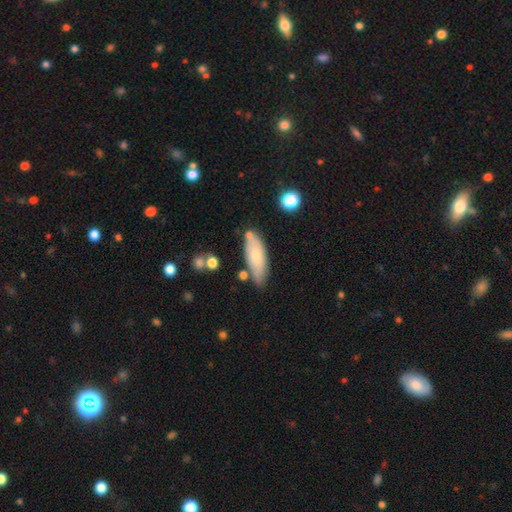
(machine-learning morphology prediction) A smooth galaxy with no disk features (69%) that is in between round and cigar-shaped (67%).

Vote fractions:
- Smooth or featured? smooth: 69% / featured or disk: 25% / star or artifact: 6%
- How rounded? in between: 67% / cigar-shaped: 30% / round: 2%
- Merging? none: 71% / minor disturbance: 18% / merger: 8% / major disturbance: 4%